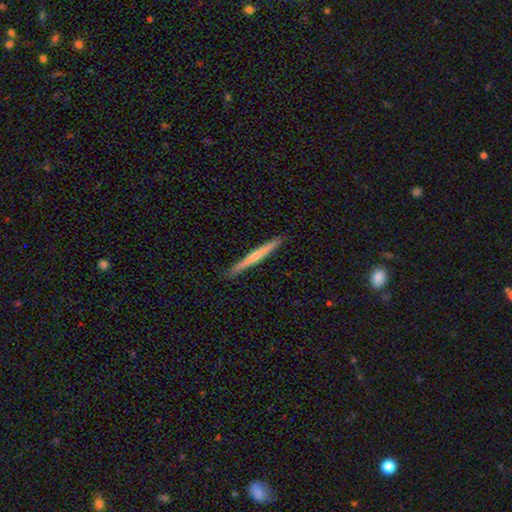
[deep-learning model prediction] smooth_or_featured: featured or disk (p=0.50) [alt: smooth p=0.45]
merging: none (p=0.91) [alt: minor disturbance p=0.07]